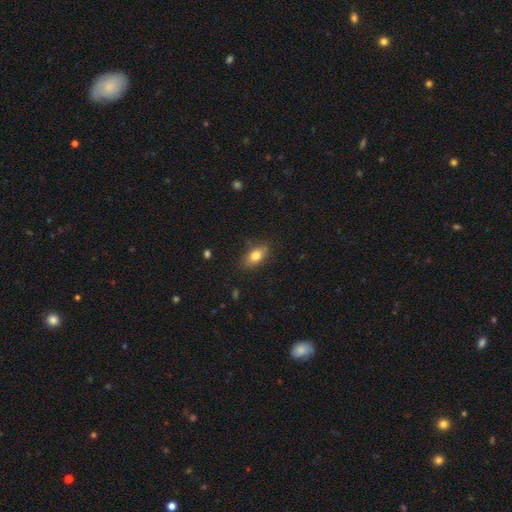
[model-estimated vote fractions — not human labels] A smooth galaxy with no disk features (80%) that is in between round and cigar-shaped (85%). Merging: none (82%).